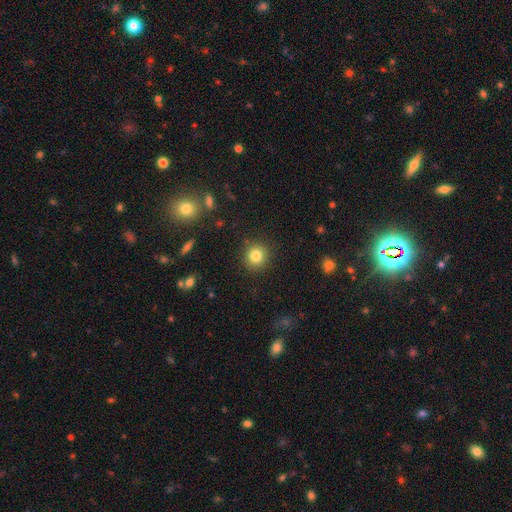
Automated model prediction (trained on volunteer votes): smooth_or_featured: smooth (p=0.82) [alt: star or artifact p=0.11]
how_rounded: round (p=0.91) [alt: in between p=0.08]
merging: none (p=0.90) [alt: minor disturbance p=0.06]